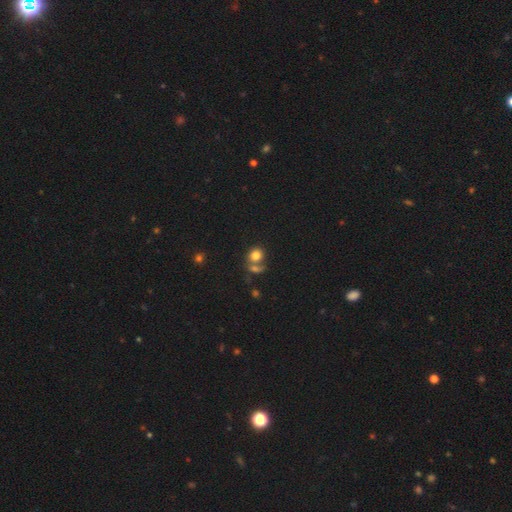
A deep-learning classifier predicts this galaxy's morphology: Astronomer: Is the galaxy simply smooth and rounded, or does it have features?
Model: smooth — 78%.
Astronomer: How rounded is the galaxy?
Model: round — 74%.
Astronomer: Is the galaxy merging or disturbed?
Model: none — 44% (runner-up: merger, 41%).